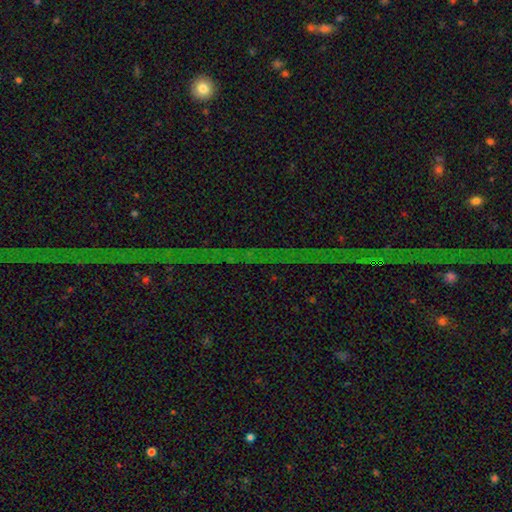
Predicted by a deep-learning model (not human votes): Smooth or featured? Predicted: star or artifact (p=0.79).